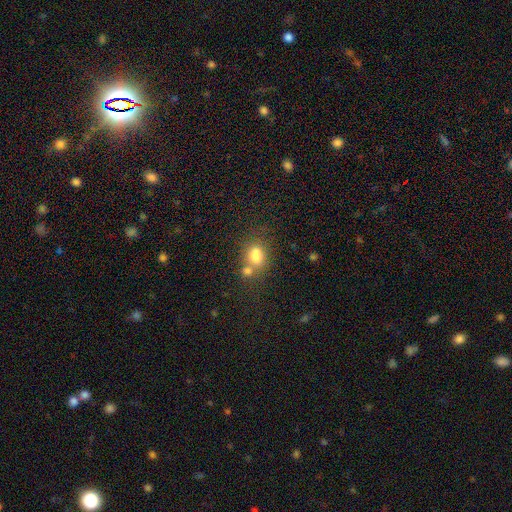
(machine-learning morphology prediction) This appears to be a smooth galaxy with no disk features (78%) that is in between round and cigar-shaped (55%). Merging: merger (41%).